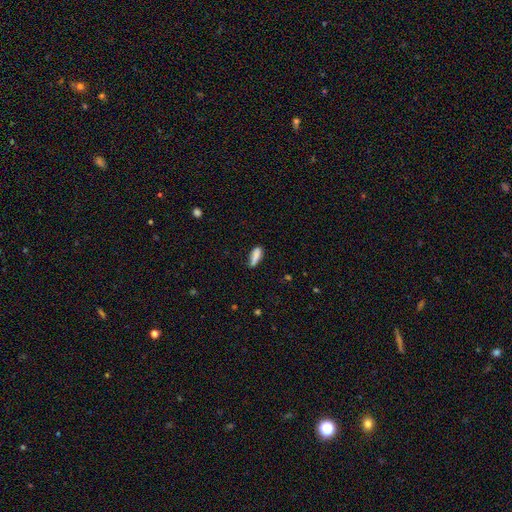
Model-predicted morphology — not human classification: smooth_or_featured: smooth (p=0.83) [alt: featured or disk p=0.09]
how_rounded: in between (p=0.55) [alt: cigar-shaped p=0.42]
merging: none (p=0.59) [alt: minor disturbance p=0.30]